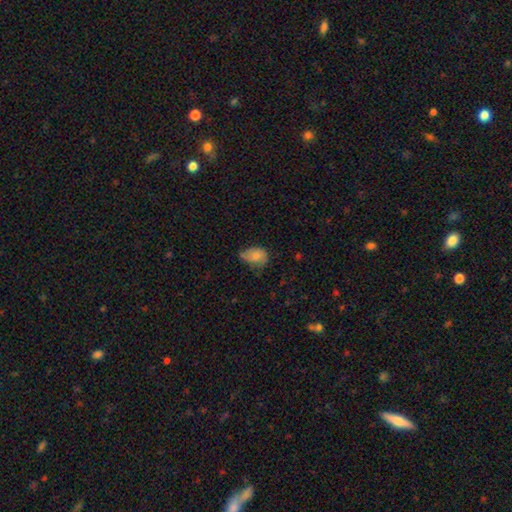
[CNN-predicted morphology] smooth 69%, featured or disk 23%, star or artifact 8%. Down the decision tree: how rounded — in between (73%); merging — minor disturbance (42%).